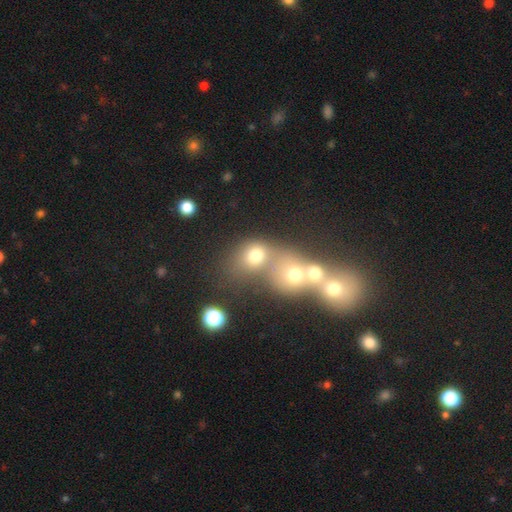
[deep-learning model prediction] smooth-or-featured: smooth: 69% | star or artifact: 17% | featured or disk: 14%
  how-rounded: round: 62% | in between: 37% | cigar-shaped: 1%
  merging: merger: 56% | none: 30% | minor disturbance: 8% | major disturbance: 6%